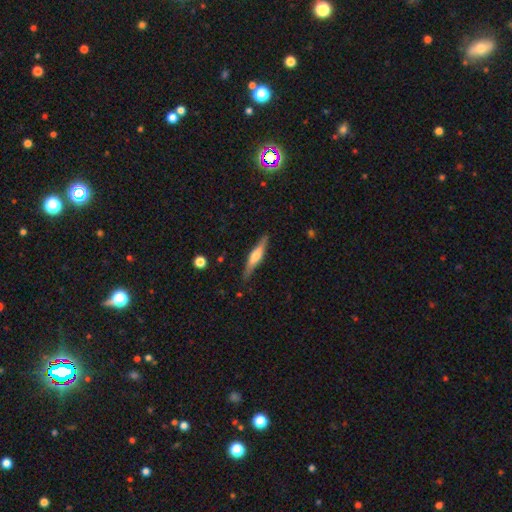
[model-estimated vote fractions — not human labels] This is possibly a featured or disk galaxy (52%). It is clearly viewed edge-on (92%). Merging: clearly none (84%).